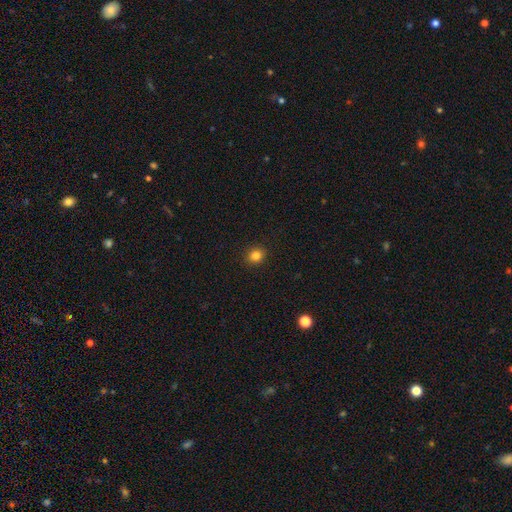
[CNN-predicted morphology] Smooth or featured?
  - smooth: 84% *
  - star or artifact: 12%
  - featured or disk: 5%
How rounded?
  - round: 80% *
  - in between: 19%
  - cigar-shaped: 1%
Merging?
  - none: 92% *
  - minor disturbance: 5%
  - major disturbance: 2%
  - merger: 1%